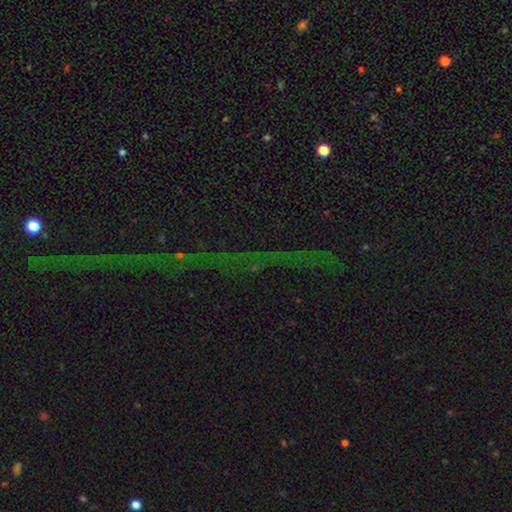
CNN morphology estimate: Overall: star or artifact (76%).